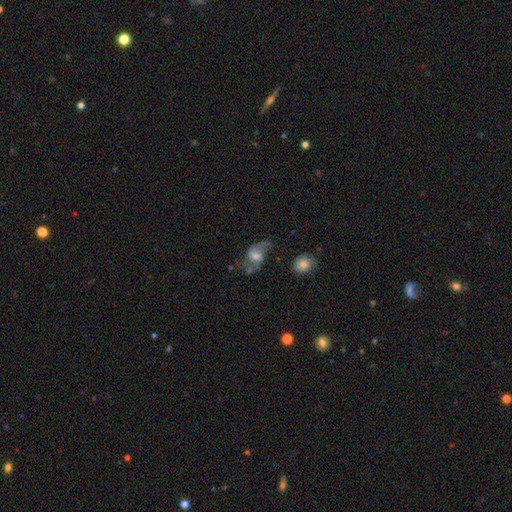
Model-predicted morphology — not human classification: type=featured or disk (80%); edge-on=no (97%); bar=weak (47%); spiral arms=yes (93%); winding=loose (66%); arm count=2 (92%); bulge=moderate (56%); merging=none (60%).